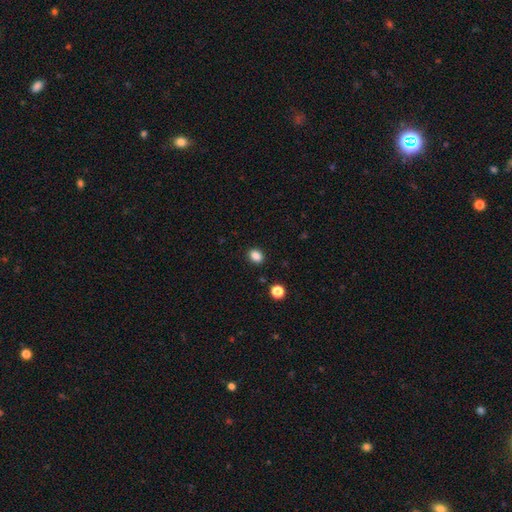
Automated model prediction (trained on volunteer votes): Smooth or featured? Predicted: smooth (p=0.86). How rounded? Predicted: in between (p=0.59). Merging? Predicted: none (p=0.89).